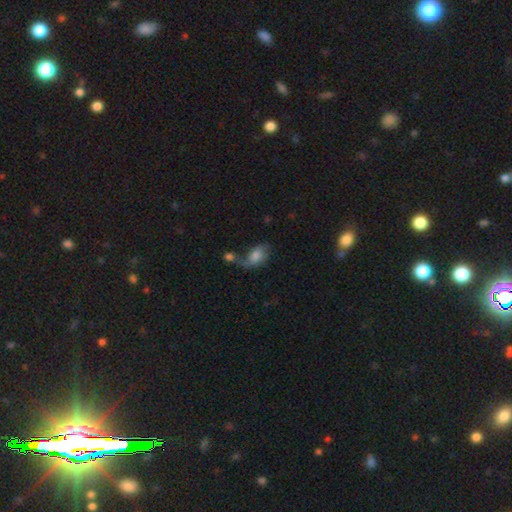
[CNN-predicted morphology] This appears to be a smooth galaxy with no disk features (67%) that is in between round and cigar-shaped (87%). Merging: merger (38%).